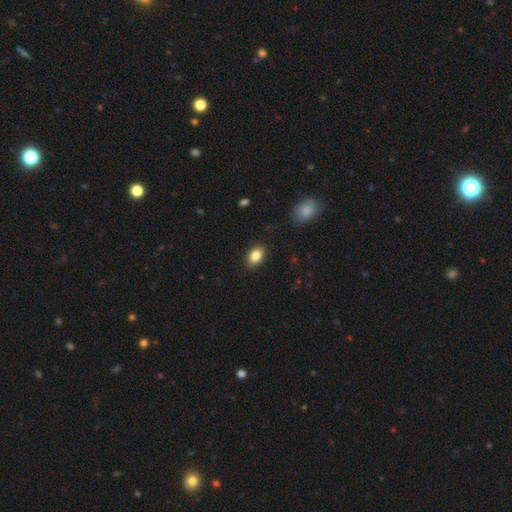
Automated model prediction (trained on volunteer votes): Q: Smooth or featured?
A: smooth (84%); runner-up: star or artifact (9%)
Q: How rounded?
A: in between (84%); runner-up: round (14%)
Q: Merging?
A: none (87%); runner-up: minor disturbance (10%)